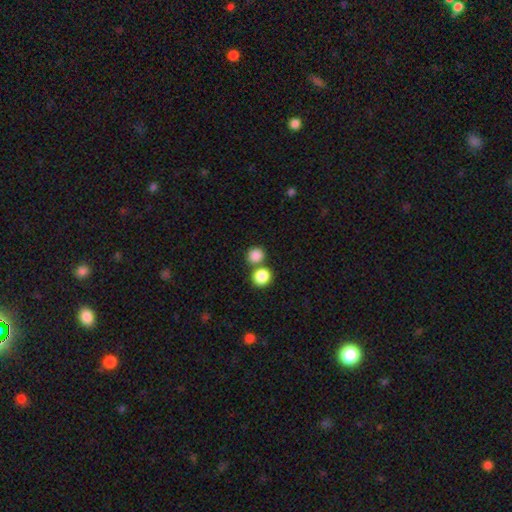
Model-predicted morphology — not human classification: type=smooth (85%); roundness=round (85%); merging=none (64%).